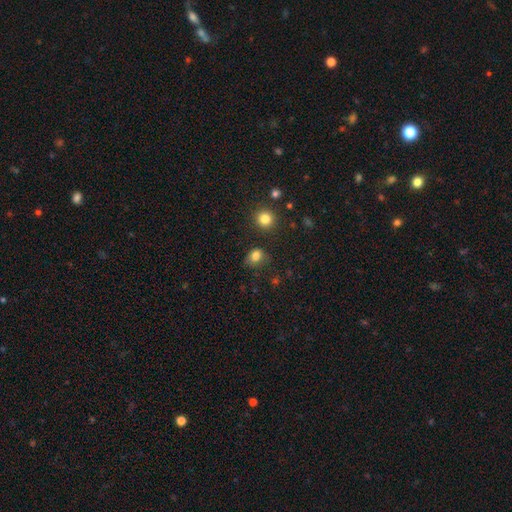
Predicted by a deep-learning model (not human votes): Overall: smooth (81%). How rounded: round (55%; in between 44%). Merging: none (71%).